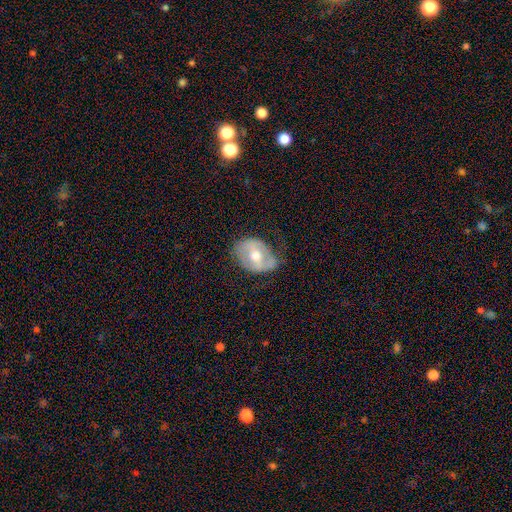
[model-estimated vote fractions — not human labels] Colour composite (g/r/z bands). It shows a featured or disk galaxy (56%) with a weak bar (38%), no spiral arms (61%) and a moderate central bulge (76%). Merging: none (58%).